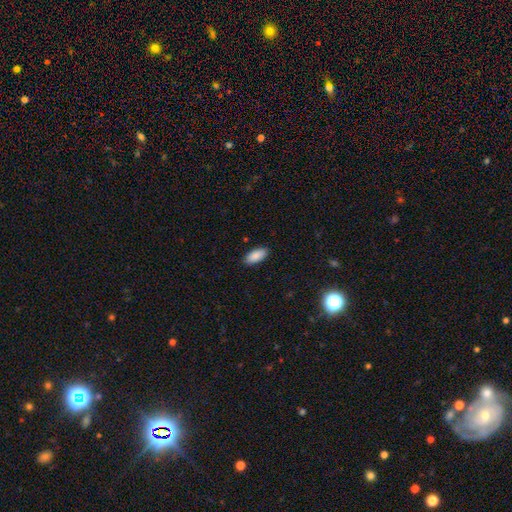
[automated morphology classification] A smooth galaxy with no disk features (89%) that is in between round and cigar-shaped (91%).

Vote fractions:
- Smooth or featured? smooth: 89% / star or artifact: 7% / featured or disk: 4%
- How rounded? in between: 91% / cigar-shaped: 7% / round: 2%
- Merging? none: 88% / minor disturbance: 9% / major disturbance: 2% / merger: 1%